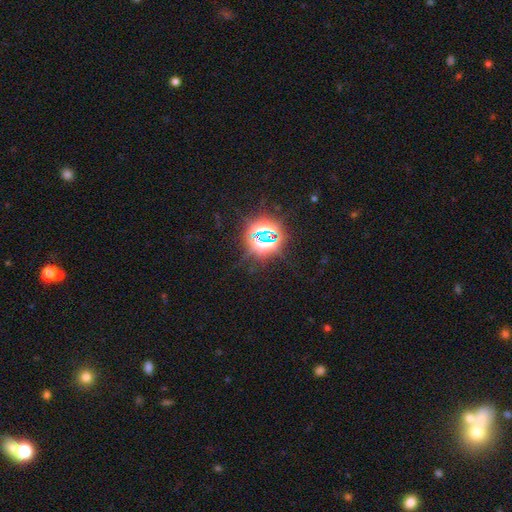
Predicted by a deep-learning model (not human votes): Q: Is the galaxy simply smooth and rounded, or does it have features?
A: star or artifact — 81%.